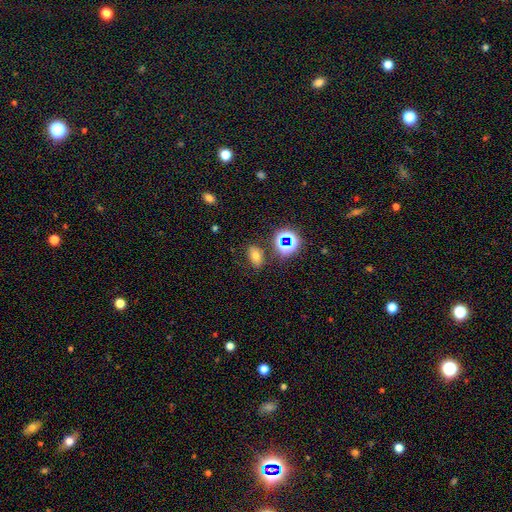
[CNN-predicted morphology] A smooth galaxy with no disk features (61%) that is in between round and cigar-shaped (82%).

Vote fractions:
- Smooth or featured? smooth: 61% / star or artifact: 24% / featured or disk: 14%
- How rounded? in between: 82% / round: 16% / cigar-shaped: 2%
- Merging? none: 80% / minor disturbance: 11% / merger: 5% / major disturbance: 4%